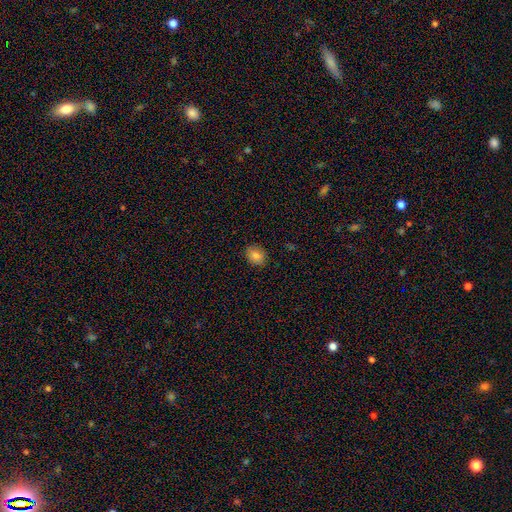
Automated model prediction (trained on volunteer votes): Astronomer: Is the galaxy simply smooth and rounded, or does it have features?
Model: smooth — 84%.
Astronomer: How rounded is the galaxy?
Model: in between — 56% (runner-up: round, 43%).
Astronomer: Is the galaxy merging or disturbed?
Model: none — 87%.